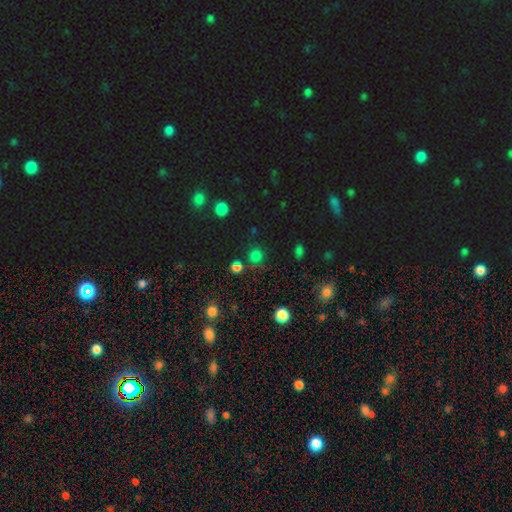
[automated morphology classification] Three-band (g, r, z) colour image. It shows a smooth galaxy with no disk features (67%) that is round (91%). Merging: none (79%).